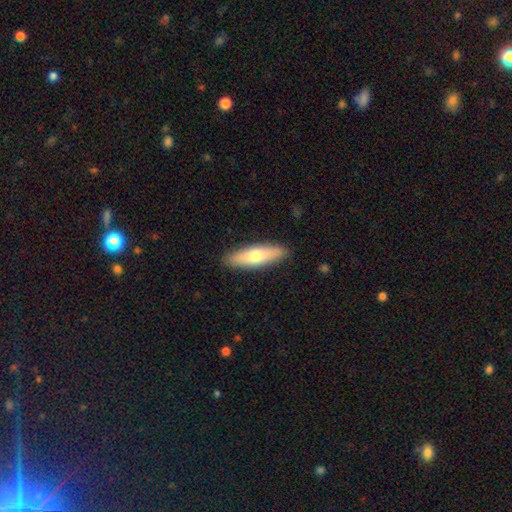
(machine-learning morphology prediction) type=smooth (66%); roundness=cigar-shaped (62%); merging=none (90%).